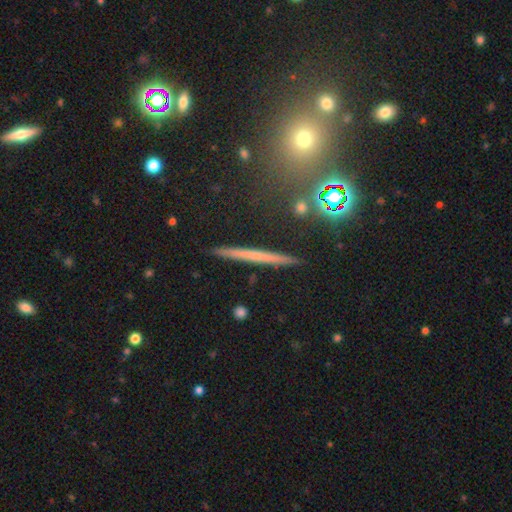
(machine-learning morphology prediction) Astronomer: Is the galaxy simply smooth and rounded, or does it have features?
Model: featured or disk — 45% (runner-up: smooth, 42%).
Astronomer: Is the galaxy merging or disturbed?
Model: none — 91%.